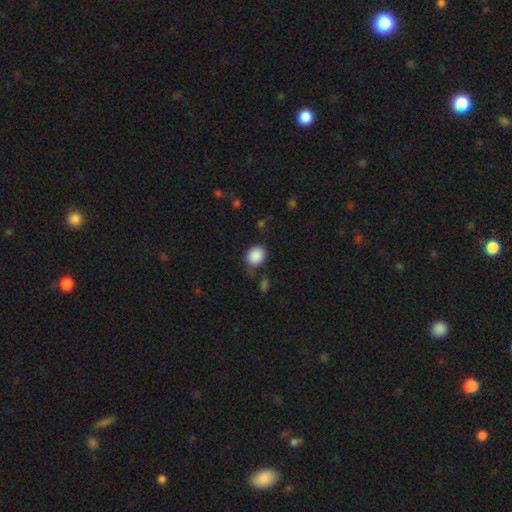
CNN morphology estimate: smooth_or_featured: smooth (p=0.89) [alt: star or artifact p=0.08]
how_rounded: round (p=0.66) [alt: in between p=0.33]
merging: none (p=0.70) [alt: minor disturbance p=0.19]